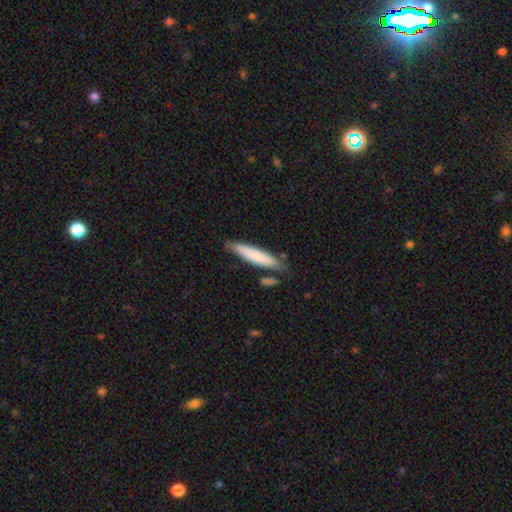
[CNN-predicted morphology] smooth_or_featured: smooth (p=0.77) [alt: featured or disk p=0.17]
how_rounded: cigar-shaped (p=0.87) [alt: in between p=0.11]
merging: none (p=0.75) [alt: minor disturbance p=0.15]